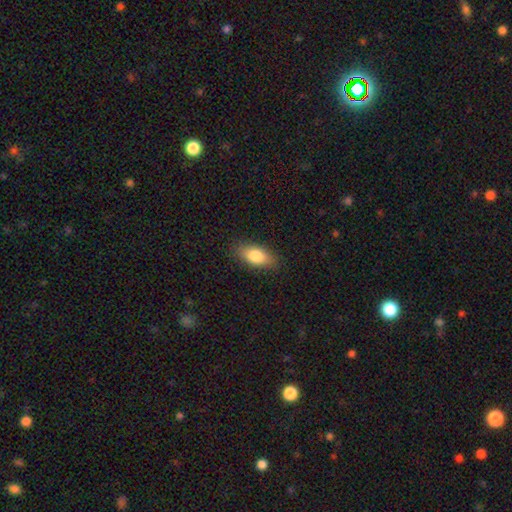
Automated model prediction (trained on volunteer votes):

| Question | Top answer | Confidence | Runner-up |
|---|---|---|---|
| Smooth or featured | smooth | 80% | featured or disk (13%) |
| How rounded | in between | 86% | cigar-shaped (9%) |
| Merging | none | 86% | minor disturbance (11%) |